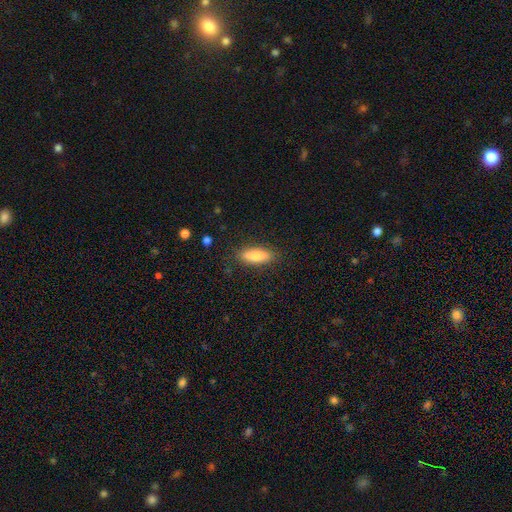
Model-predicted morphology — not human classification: Overall: smooth (78%). How rounded: in between (56%; cigar-shaped 42%). Merging: none (85%).